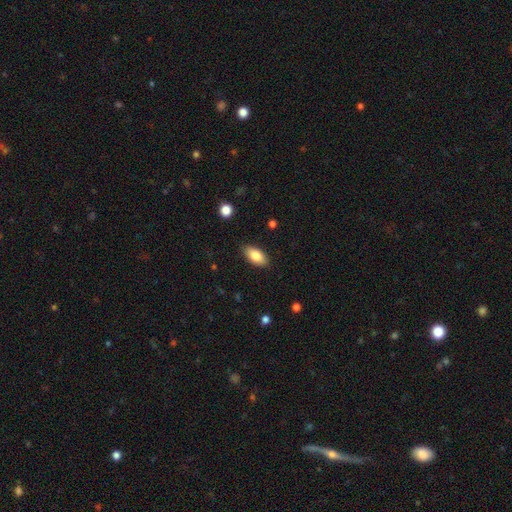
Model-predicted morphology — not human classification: Smooth or featured?
  - smooth: 84% *
  - featured or disk: 10%
  - star or artifact: 7%
How rounded?
  - in between: 91% *
  - cigar-shaped: 6%
  - round: 3%
Merging?
  - none: 86% *
  - minor disturbance: 11%
  - major disturbance: 2%
  - merger: 1%